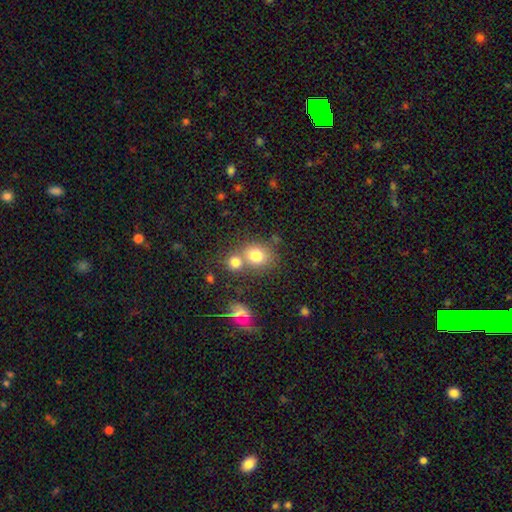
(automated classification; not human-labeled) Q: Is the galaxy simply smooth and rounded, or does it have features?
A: smooth — 76%.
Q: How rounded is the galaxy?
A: round — 66%.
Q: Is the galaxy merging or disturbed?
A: none — 45%.